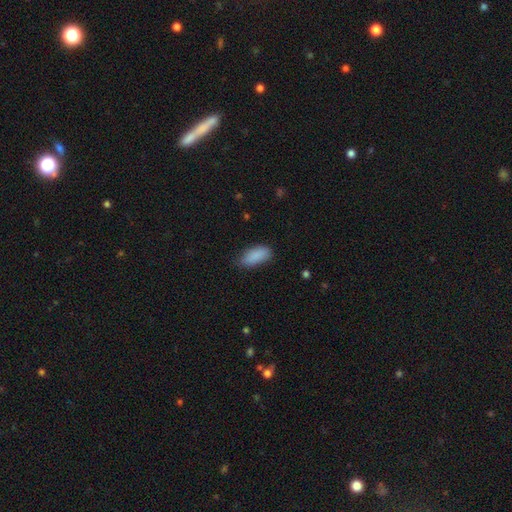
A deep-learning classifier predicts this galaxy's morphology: Smooth or featured?
  - smooth: 89% *
  - star or artifact: 7%
  - featured or disk: 5%
How rounded?
  - in between: 87% *
  - cigar-shaped: 10%
  - round: 2%
Merging?
  - none: 74% *
  - minor disturbance: 21%
  - major disturbance: 4%
  - merger: 1%